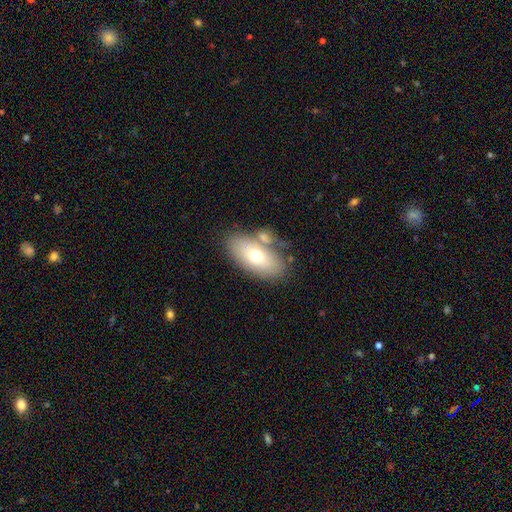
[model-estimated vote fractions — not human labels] This is likely a smooth galaxy (64%). How rounded: clearly in between (90%). Merging: likely none (63%).